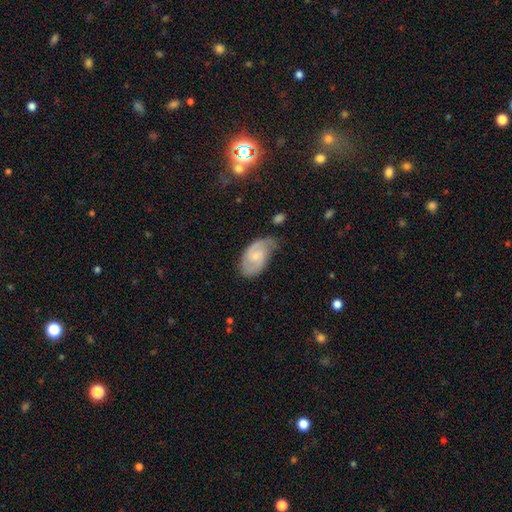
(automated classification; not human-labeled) smooth_or_featured: featured or disk (p=0.70) [alt: smooth p=0.24]
disk_edge_on: no (p=0.97) [alt: yes p=0.03]
bar: no (p=0.50) [alt: weak p=0.44]
has_spiral_arms: yes (p=0.93) [alt: no p=0.07]
spiral_winding: medium (p=0.49) [alt: tight p=0.33]
spiral_arm_count: 2 (p=0.82) [alt: can't tell p=0.10]
bulge_size: small (p=0.60) [alt: moderate p=0.29]
merging: none (p=0.63) [alt: minor disturbance p=0.27]